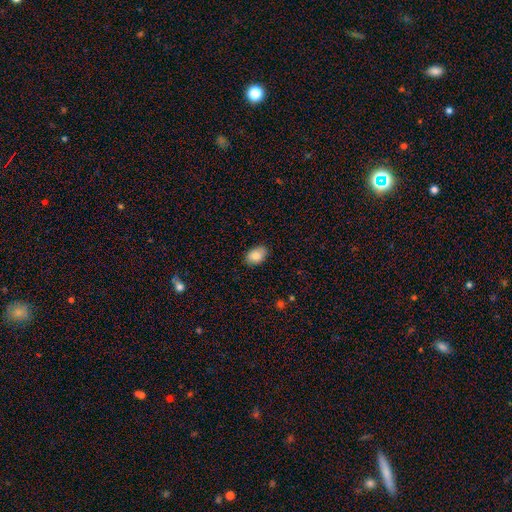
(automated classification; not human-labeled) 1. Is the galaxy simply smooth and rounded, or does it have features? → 85% smooth, 8% featured or disk, 7% star or artifact.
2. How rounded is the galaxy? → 87% in between, 11% round, 1% cigar-shaped.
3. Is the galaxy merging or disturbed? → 86% none, 11% minor disturbance, 2% major disturbance, 1% merger.